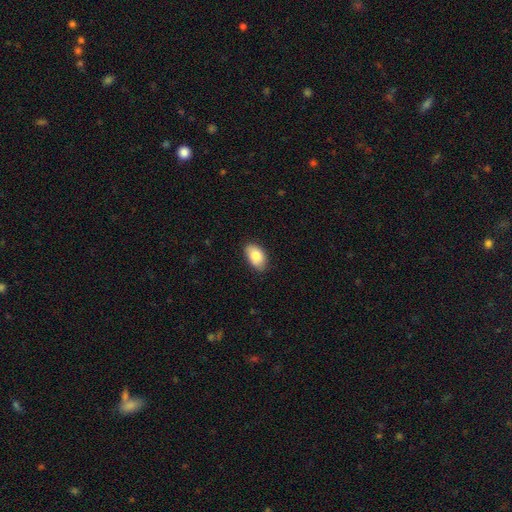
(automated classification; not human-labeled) Smooth or featured? smooth (83%)
How rounded? in between (92%)
Merging? none (84%)